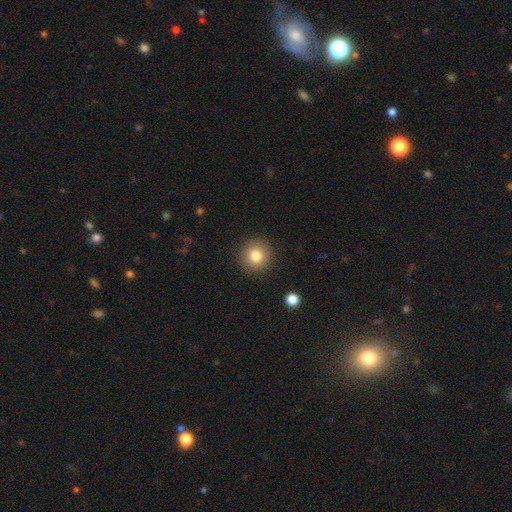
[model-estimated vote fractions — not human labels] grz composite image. It shows a smooth galaxy with no disk features (80%) that is round (94%). Merging: none (90%).